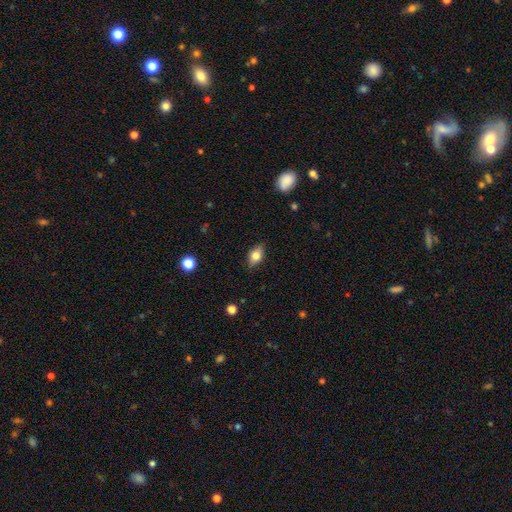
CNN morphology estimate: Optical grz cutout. It shows a smooth galaxy with no disk features (75%) that is in between round and cigar-shaped (84%). Merging: none (84%).